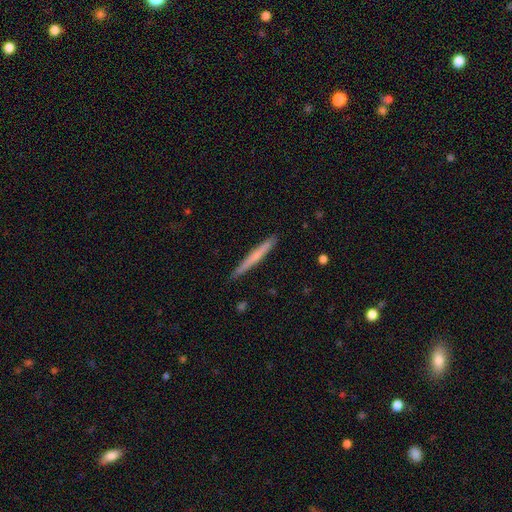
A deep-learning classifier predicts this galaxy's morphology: smooth-or-featured: smooth: 57% | featured or disk: 37% | star or artifact: 5%
  how-rounded: cigar-shaped: 97% | in between: 2% | round: 1%
  merging: none: 90% | minor disturbance: 7% | major disturbance: 1% | merger: 1%